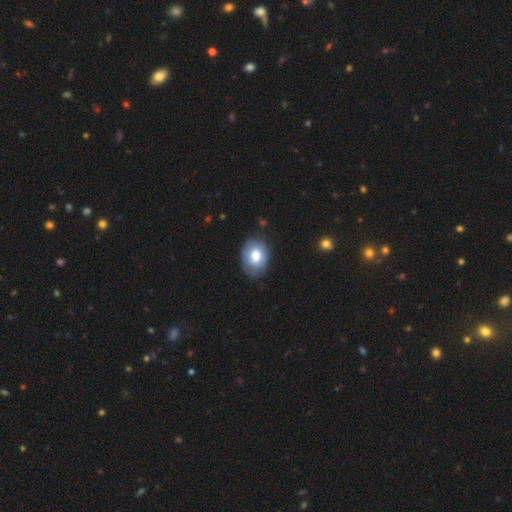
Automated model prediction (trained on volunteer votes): A smooth galaxy with no disk features (76%) that is in between round and cigar-shaped (73%).

Vote fractions:
- Smooth or featured? smooth: 76% / featured or disk: 18% / star or artifact: 7%
- How rounded? in between: 73% / round: 26% / cigar-shaped: 1%
- Merging? none: 76% / minor disturbance: 18% / major disturbance: 4% / merger: 1%